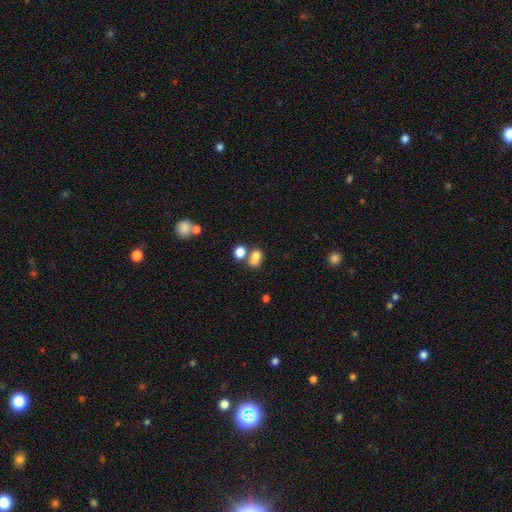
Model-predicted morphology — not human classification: A smooth galaxy with no disk features (78%) that is in between round and cigar-shaped (68%). Merging: none (41%).